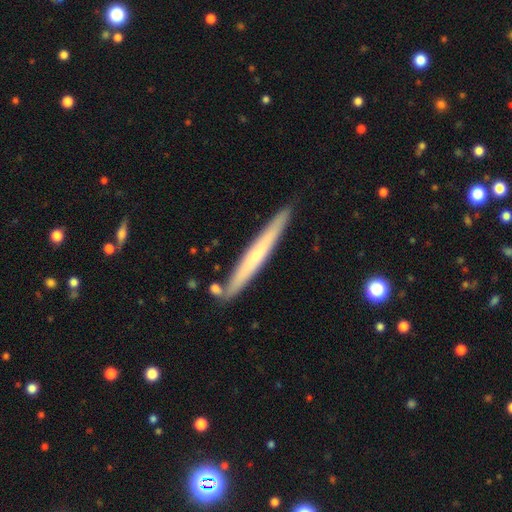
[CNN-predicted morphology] featured or disk 53%, smooth 41%, star or artifact 6%. Down the decision tree: edge-on disk — yes (93%); merging — none (87%).